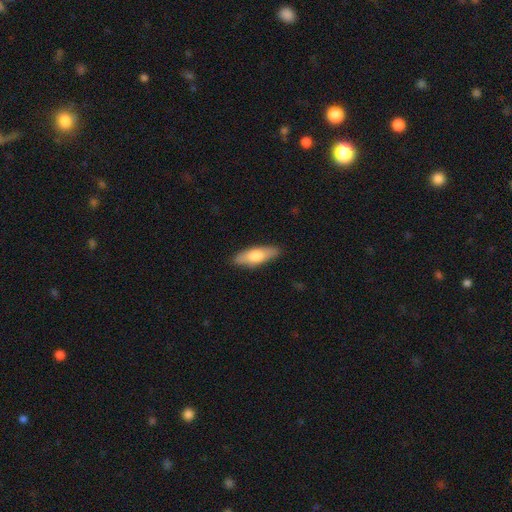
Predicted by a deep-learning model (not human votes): A smooth galaxy with no disk features (68%) that is in between round and cigar-shaped (56%).

Vote fractions:
- Smooth or featured? smooth: 68% / featured or disk: 27% / star or artifact: 5%
- How rounded? in between: 56% / cigar-shaped: 42% / round: 2%
- Merging? none: 87% / minor disturbance: 10% / major disturbance: 2% / merger: 1%